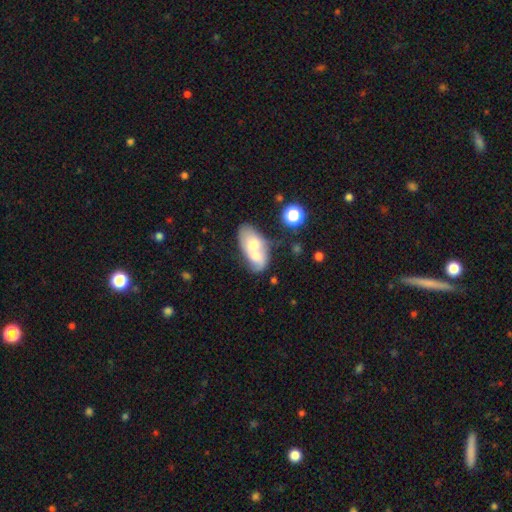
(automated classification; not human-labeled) Smooth or featured? smooth (57%)
How rounded? in between (86%)
Merging? merger (69%)